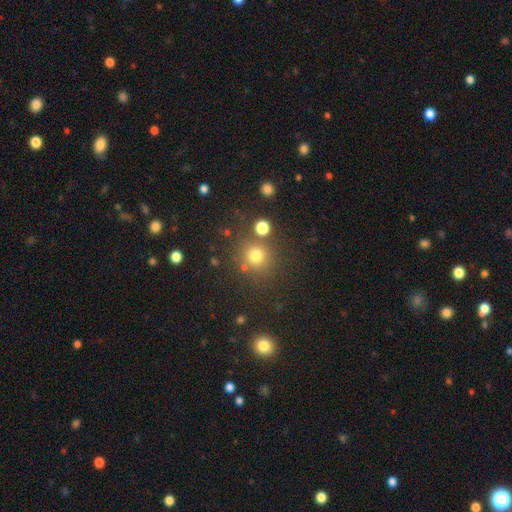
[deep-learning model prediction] smooth_or_featured: smooth (p=0.74) [alt: star or artifact p=0.19]
how_rounded: round (p=0.91) [alt: in between p=0.08]
merging: none (p=0.77) [alt: minor disturbance p=0.09]